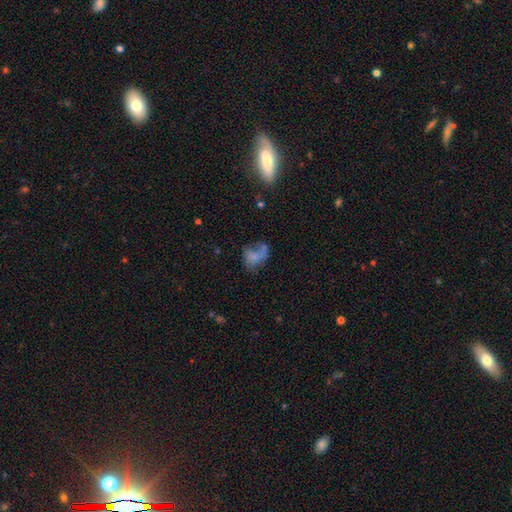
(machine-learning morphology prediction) Smooth or featured: smooth — 58% (featured or disk — 29%)
How rounded: in between — 68% (round — 31%)
Merging: major disturbance — 29% (none — 27%)